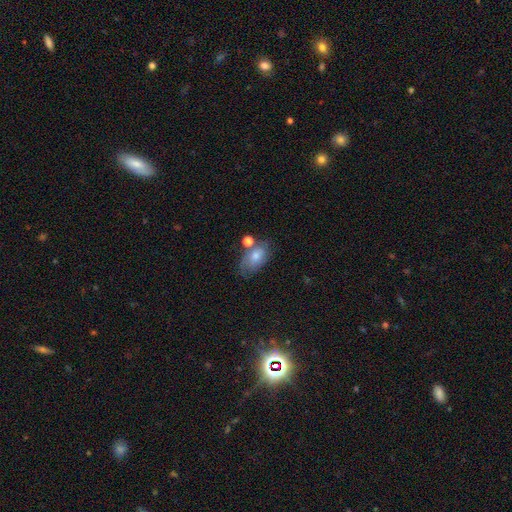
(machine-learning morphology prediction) A smooth galaxy with no disk features (68%) that is in between round and cigar-shaped (88%). Merging: none (49%).